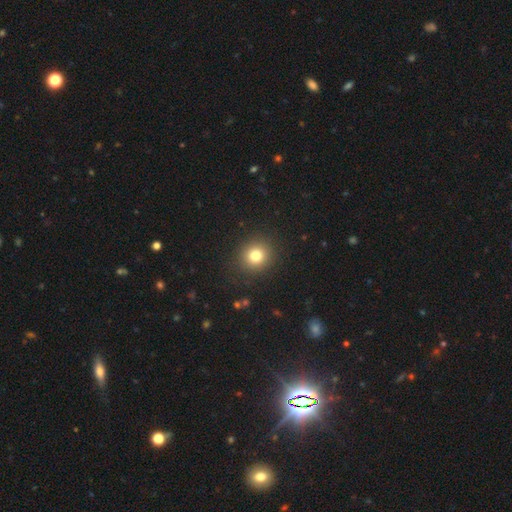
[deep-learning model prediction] A smooth galaxy with no disk features (80%) that is round (87%). Merging: none (90%).